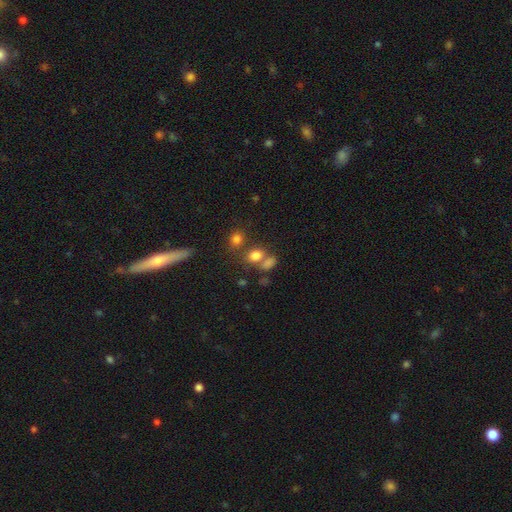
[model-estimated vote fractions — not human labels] Smooth or featured?
  - smooth: 76% *
  - star or artifact: 15%
  - featured or disk: 9%
How rounded?
  - in between: 56% *
  - round: 43%
  - cigar-shaped: 2%
Merging?
  - none: 46% *
  - merger: 36%
  - minor disturbance: 12%
  - major disturbance: 7%